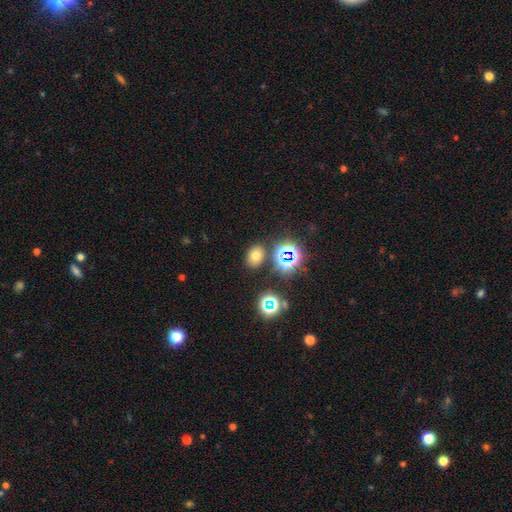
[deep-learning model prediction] smooth-or-featured: smooth: 65% | star or artifact: 25% | featured or disk: 9%
  how-rounded: in between: 63% | round: 36% | cigar-shaped: 1%
  merging: none: 82% | minor disturbance: 9% | merger: 5% | major disturbance: 3%